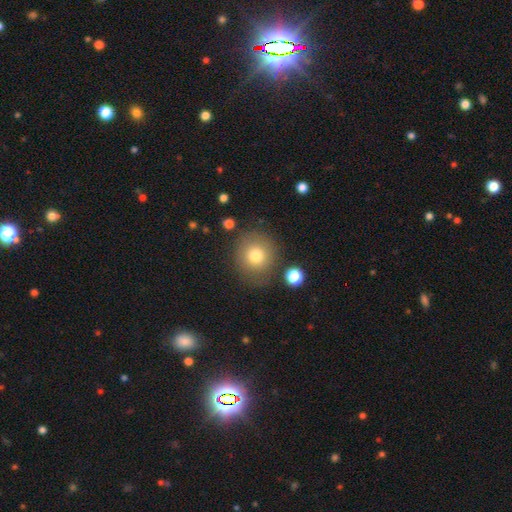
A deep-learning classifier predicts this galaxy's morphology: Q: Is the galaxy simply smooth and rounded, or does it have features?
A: smooth — 78%.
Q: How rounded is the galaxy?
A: round — 87%.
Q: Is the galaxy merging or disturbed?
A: none — 78%.